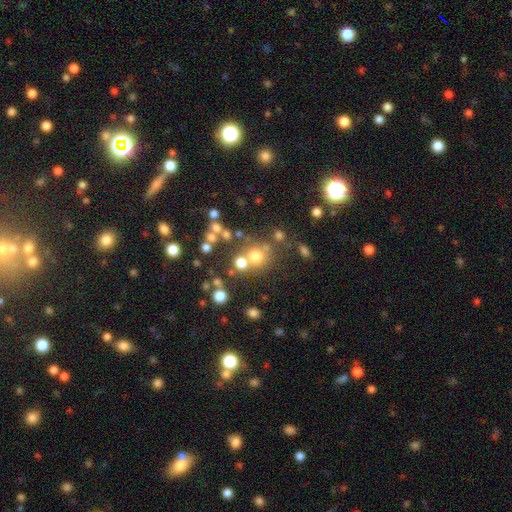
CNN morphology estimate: Smooth or featured?
  - star or artifact: 44% *
  - smooth: 43%
  - featured or disk: 14%